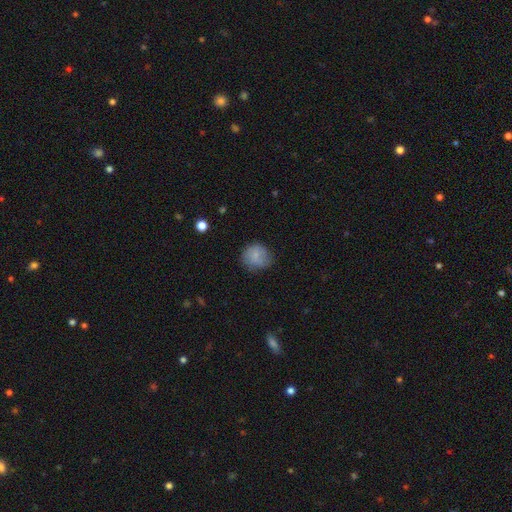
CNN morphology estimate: A smooth galaxy with no disk features (79%) that is round (80%). Merging: none (68%).